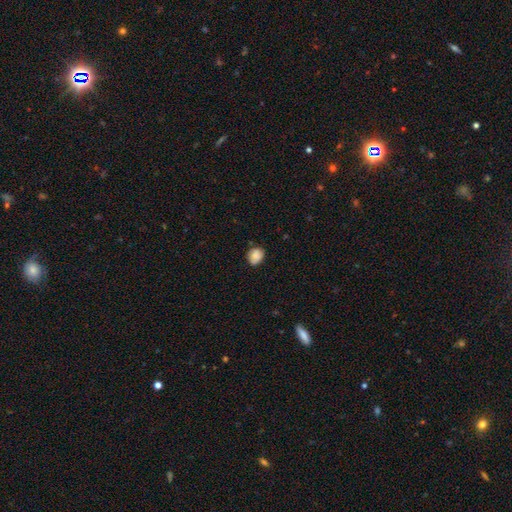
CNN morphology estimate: Smooth or featured: smooth — 85% (star or artifact — 9%)
How rounded: round — 57% (in between — 42%)
Merging: none — 74% (minor disturbance — 21%)